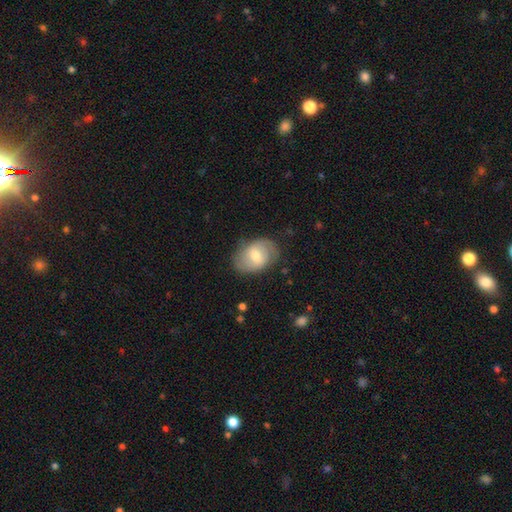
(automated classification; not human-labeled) The model was most divided on "smooth or featured": featured or disk: 48%, smooth: 45%, star or artifact: 6%. More confident: merging — none (73%).